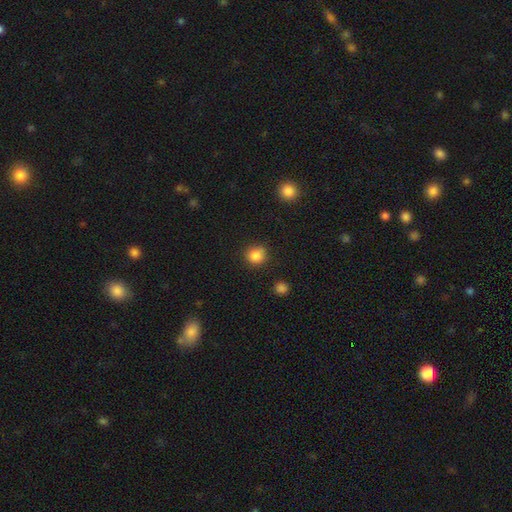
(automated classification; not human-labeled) Overall: smooth (85%). How rounded: round (89%). Merging: none (86%).